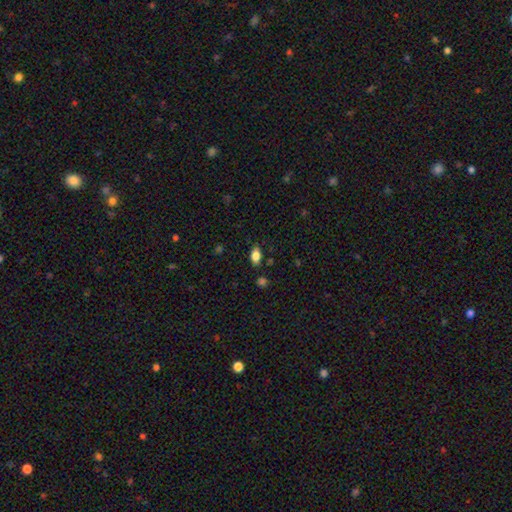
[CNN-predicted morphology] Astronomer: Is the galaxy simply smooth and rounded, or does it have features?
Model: smooth — 84%.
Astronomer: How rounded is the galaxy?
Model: in between — 89%.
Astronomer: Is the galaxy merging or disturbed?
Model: none — 84%.